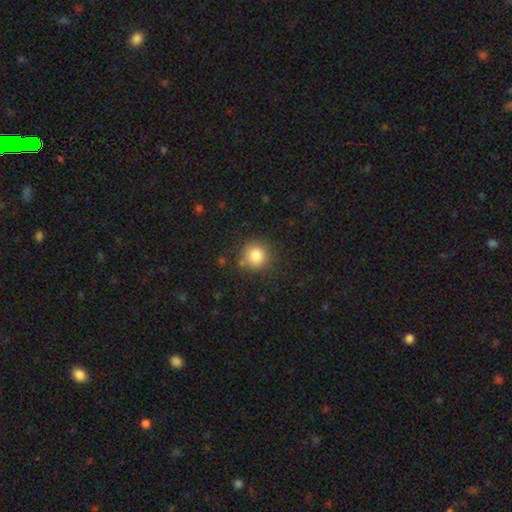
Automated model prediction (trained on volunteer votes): Morphology: type=smooth (84%); roundness=round (92%); merging=none (81%).